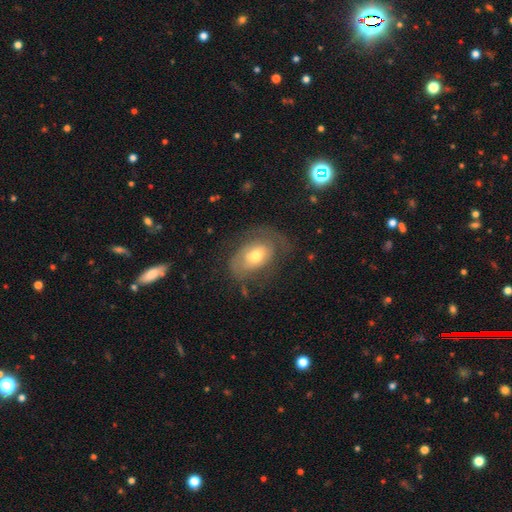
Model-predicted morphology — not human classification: A featured or disk galaxy (47%).

Vote fractions:
- Smooth or featured? featured or disk: 47% / smooth: 45% / star or artifact: 8%
- Merging? none: 48% / minor disturbance: 26% / major disturbance: 23% / merger: 3%